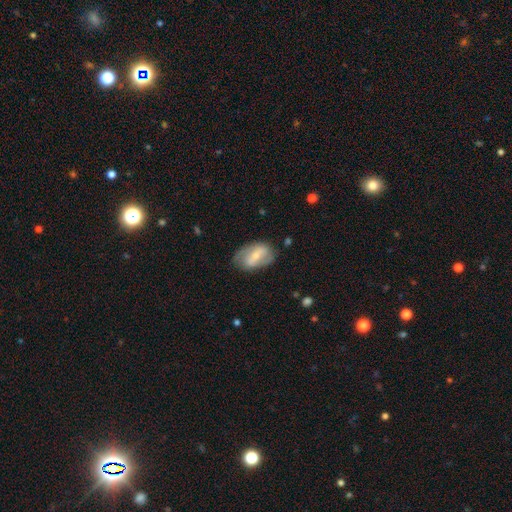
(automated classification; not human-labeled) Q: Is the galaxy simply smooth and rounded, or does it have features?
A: featured or disk — 57%.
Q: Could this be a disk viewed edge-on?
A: no — 94%.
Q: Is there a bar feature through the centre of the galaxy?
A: strong — 46%.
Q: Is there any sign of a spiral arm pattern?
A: yes — 60%.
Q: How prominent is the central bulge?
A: small — 57%.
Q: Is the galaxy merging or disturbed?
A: none — 67%.